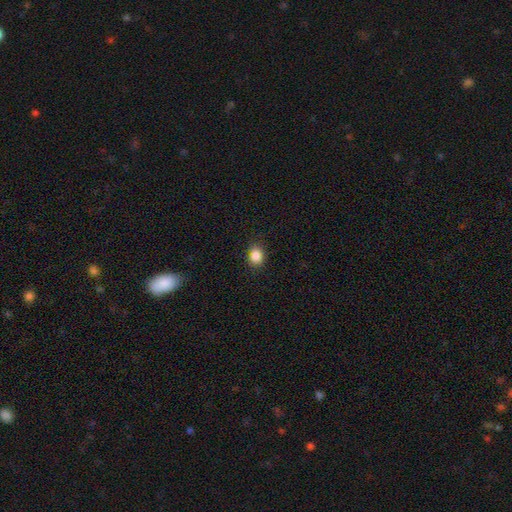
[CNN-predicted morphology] The model was most divided on "how rounded": round: 58%, in between: 41%, cigar-shaped: 1%. More confident: smooth or featured — smooth (85%); merging — none (82%).